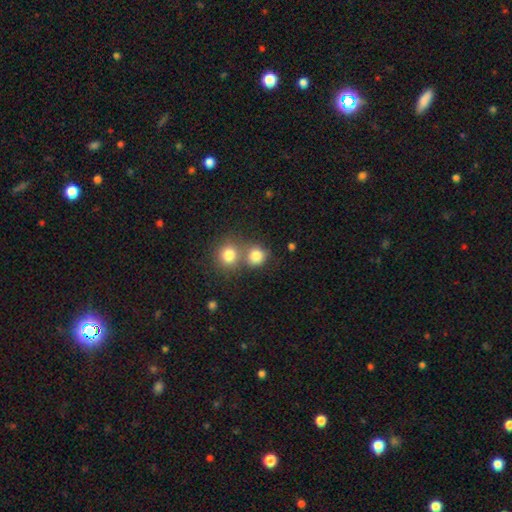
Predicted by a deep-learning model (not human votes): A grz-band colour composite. It shows a smooth galaxy with no disk features (82%) that is round (83%). Merging: none (50%).